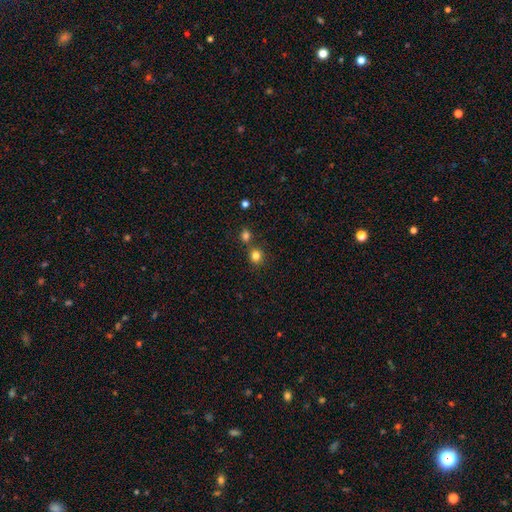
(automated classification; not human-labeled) A smooth galaxy with no disk features (81%) that is round (85%). Merging: none (70%).